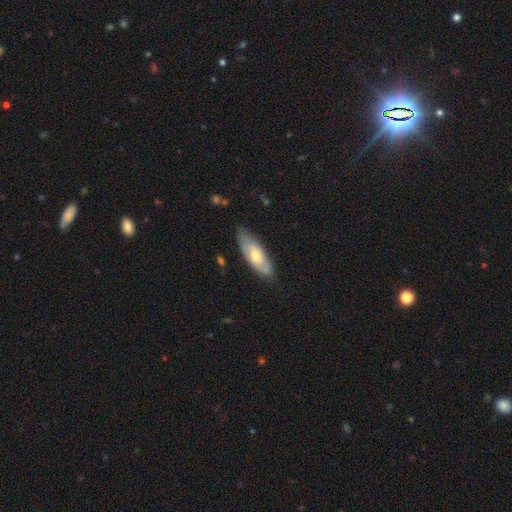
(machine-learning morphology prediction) smooth 53%, featured or disk 41%, star or artifact 6%. Down the decision tree: how rounded — in between (66%); merging — none (75%).